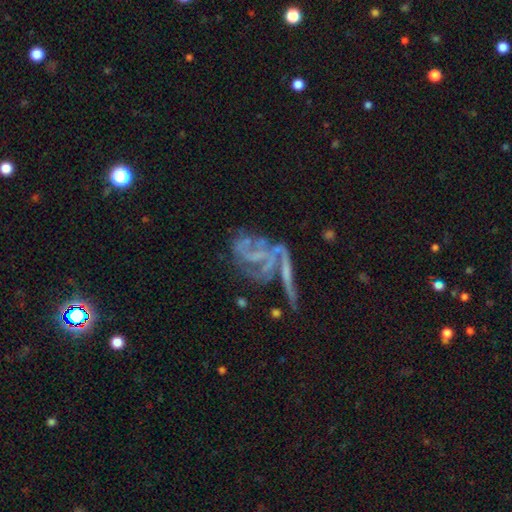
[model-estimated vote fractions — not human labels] A featured or disk galaxy (75%) with no bar (56%), 2 (35%) medium (40%) spiral arms (76%) and no central bulge (56%).

Vote fractions:
- Smooth or featured? featured or disk: 75% / smooth: 13% / star or artifact: 12%
- Edge-on disk? no: 94% / yes: 6%
- Bar? no: 56% / weak: 29% / strong: 15%
- Spiral arms? yes: 76% / no: 24%
- Spiral winding? medium: 40% / tight: 33% / loose: 27%
- Spiral arm count? 2: 35% / can't tell: 31% / 3: 17% / 1: 7% / 4: 5% / more than 4: 5%
- Bulge size? none: 56% / small: 30% / moderate: 11% / large: 2% / dominant: 1%
- Merging? none: 30% / merger: 28% / major disturbance: 28% / minor disturbance: 15%